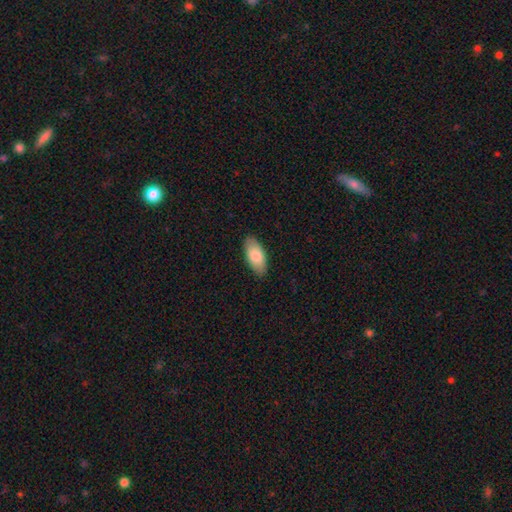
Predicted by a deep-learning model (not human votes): A smooth galaxy with no disk features (84%) that is in between round and cigar-shaped (91%).

Vote fractions:
- Smooth or featured? smooth: 84% / featured or disk: 10% / star or artifact: 5%
- How rounded? in between: 91% / cigar-shaped: 7% / round: 2%
- Merging? none: 88% / minor disturbance: 9% / major disturbance: 2% / merger: 1%